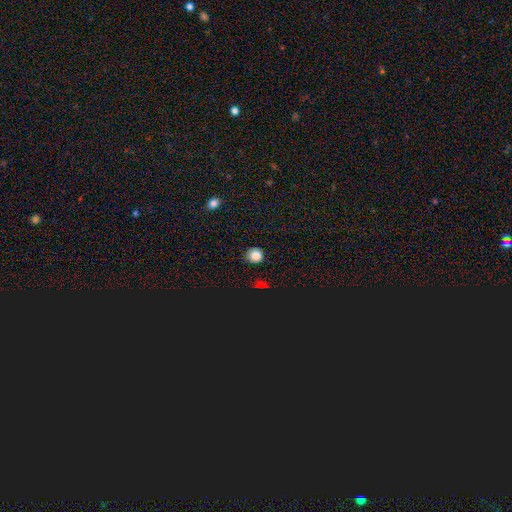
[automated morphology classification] Smooth or featured? Predicted: smooth (p=0.81). How rounded? Predicted: round (p=0.88). Merging? Predicted: none (p=0.84).